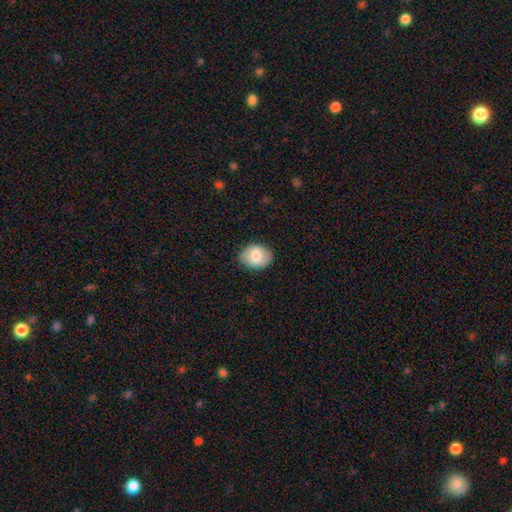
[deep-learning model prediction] Overall: smooth (77%). How rounded: in between (65%; round 34%). Merging: none (85%).